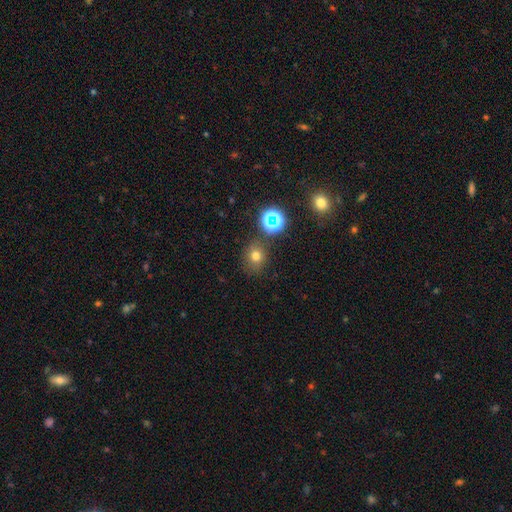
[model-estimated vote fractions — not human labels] A smooth galaxy with no disk features (69%) that is round (74%). Merging: none (80%).